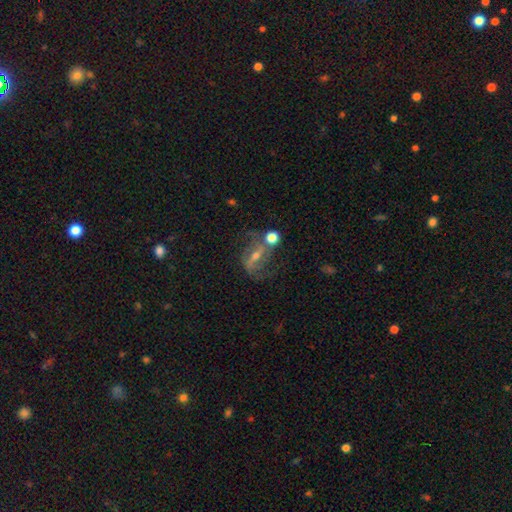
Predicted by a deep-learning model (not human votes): Overall: featured or disk (72%). Edge-on disk: no (93%). Bar: strong (43%; weak 37%). Spiral arms: yes (85%). Spiral arm count: 2 (78%). Spiral winding: loose (47%; medium 39%). Bulge size: moderate (48%; small 44%). Merging: none (50%; merger 17%).